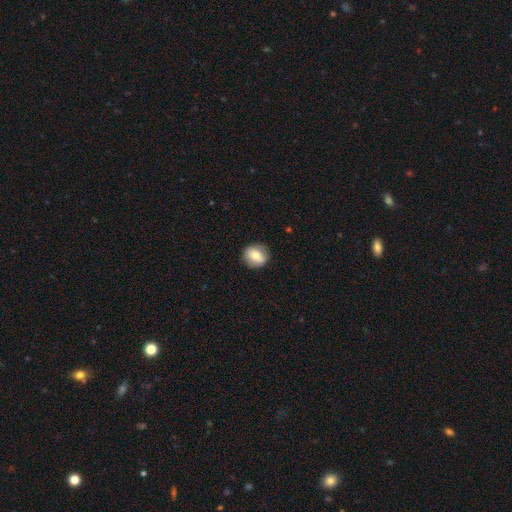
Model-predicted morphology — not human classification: A smooth galaxy with no disk features (78%) that is round (67%). Merging: none (85%).